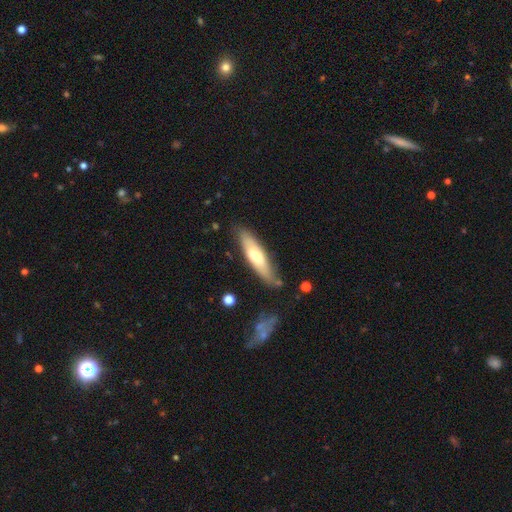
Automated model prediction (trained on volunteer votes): Morphology: type=smooth (54%); roundness=cigar-shaped (64%); merging=none (76%).